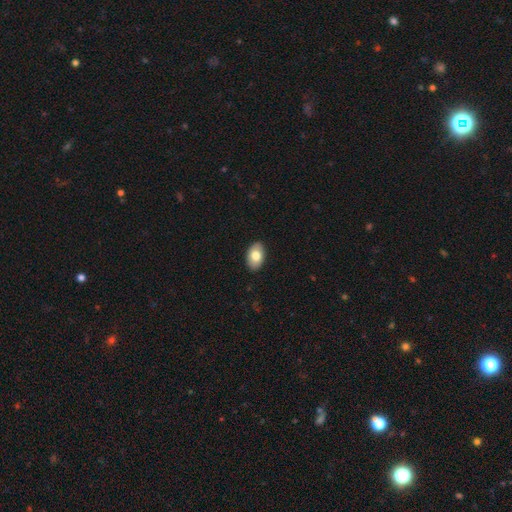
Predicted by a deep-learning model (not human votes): Smooth or featured? Predicted: smooth (p=0.79). How rounded? Predicted: in between (p=0.90). Merging? Predicted: none (p=0.89).